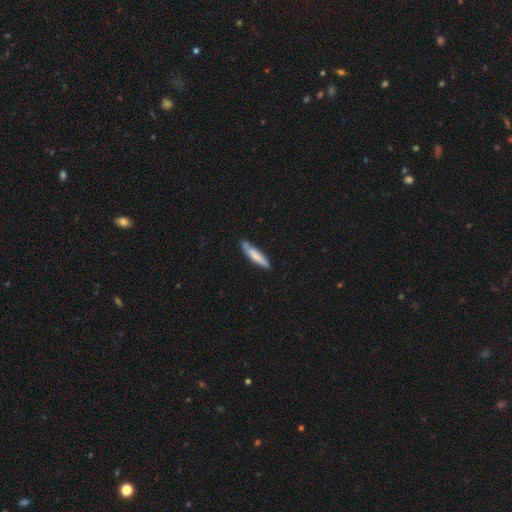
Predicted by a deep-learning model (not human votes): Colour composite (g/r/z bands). It shows a smooth galaxy with no disk features (73%) that is cigar-shaped (86%). Merging: none (76%).